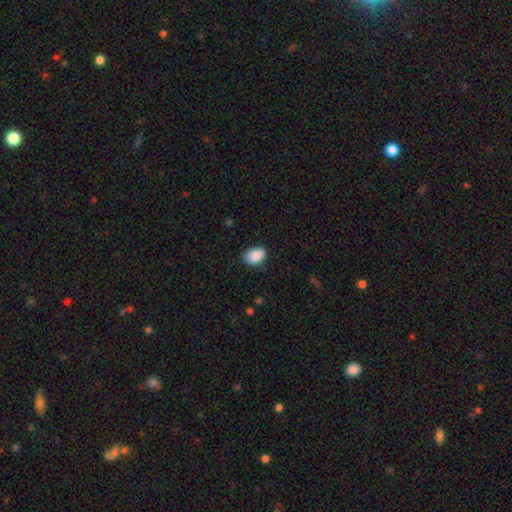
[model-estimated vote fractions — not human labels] This is clearly a smooth galaxy (90%). How rounded: clearly in between (84%). Merging: likely none (79%).